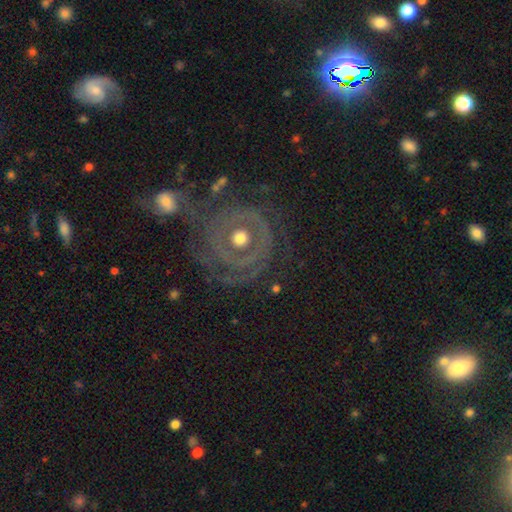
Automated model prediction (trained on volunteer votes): Smooth or featured?
  - featured or disk: 79% *
  - smooth: 11%
  - star or artifact: 10%
Edge-on disk?
  - no: 96% *
  - yes: 4%
Bar?
  - no: 64% *
  - weak: 24%
  - strong: 11%
Spiral arms?
  - yes: 77% *
  - no: 23%
Spiral winding?
  - tight: 75% *
  - medium: 18%
  - loose: 6%
Spiral arm count?
  - can't tell: 34% *
  - 2: 32%
  - 3: 14%
  - 1: 9%
  - 4: 6%
  - more than 4: 5%
Bulge size?
  - moderate: 66% *
  - small: 27%
  - large: 4%
  - none: 1%
  - dominant: 1%
Merging?
  - none: 69% *
  - minor disturbance: 15%
  - major disturbance: 10%
  - merger: 6%